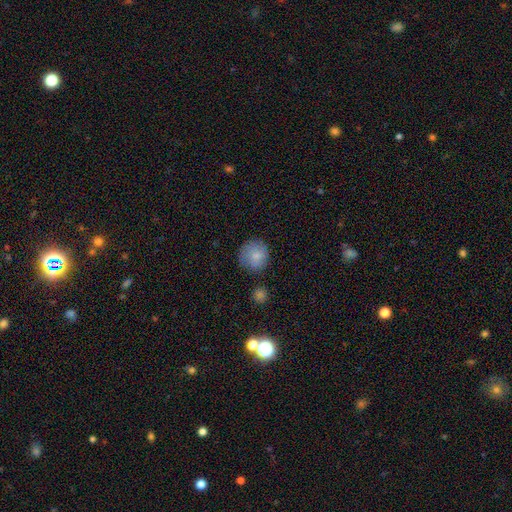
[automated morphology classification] Smooth or featured: smooth — 84% (featured or disk — 9%)
How rounded: round — 91% (in between — 8%)
Merging: none — 76% (minor disturbance — 15%)